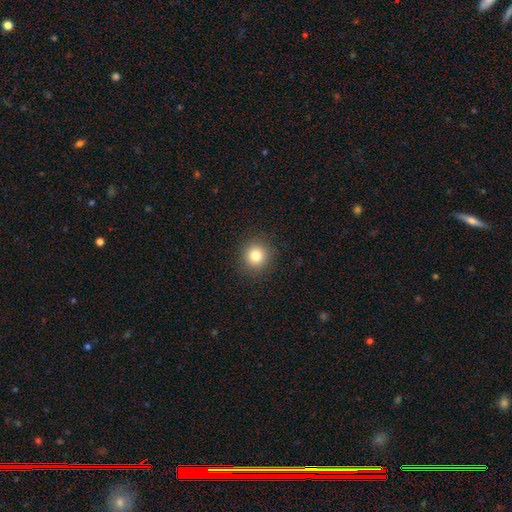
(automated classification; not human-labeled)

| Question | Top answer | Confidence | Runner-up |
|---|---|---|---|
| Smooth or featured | smooth | 81% | star or artifact (12%) |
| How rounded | round | 92% | in between (7%) |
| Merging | none | 91% | minor disturbance (6%) |